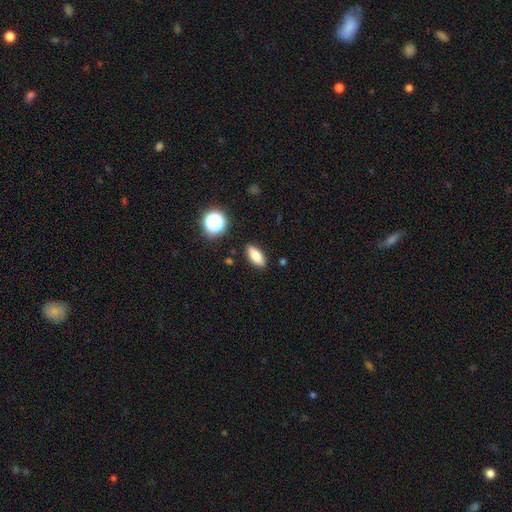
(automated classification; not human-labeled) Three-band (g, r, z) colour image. It shows a smooth galaxy with no disk features (78%) that is in between round and cigar-shaped (79%). Merging: none (88%).